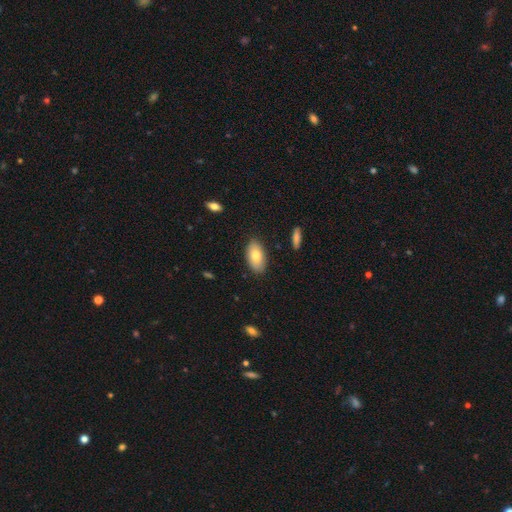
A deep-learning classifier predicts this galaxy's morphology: A smooth galaxy with no disk features (79%) that is in between round and cigar-shaped (94%).

Vote fractions:
- Smooth or featured? smooth: 79% / featured or disk: 14% / star or artifact: 6%
- How rounded? in between: 94% / round: 3% / cigar-shaped: 2%
- Merging? none: 85% / minor disturbance: 11% / major disturbance: 2% / merger: 1%